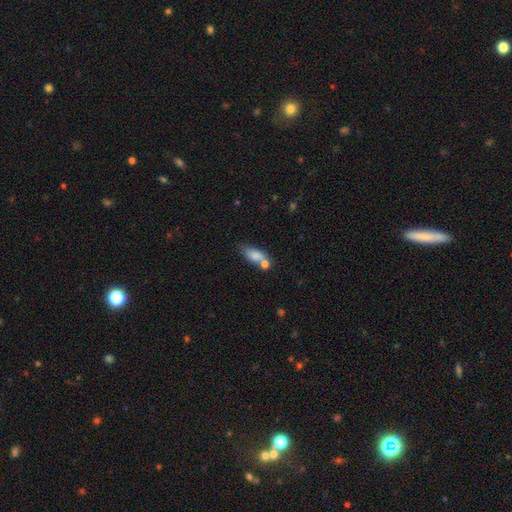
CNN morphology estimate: Smooth or featured? Predicted: smooth (p=0.78). How rounded? Predicted: in between (p=0.76). Merging? Predicted: none (p=0.46).